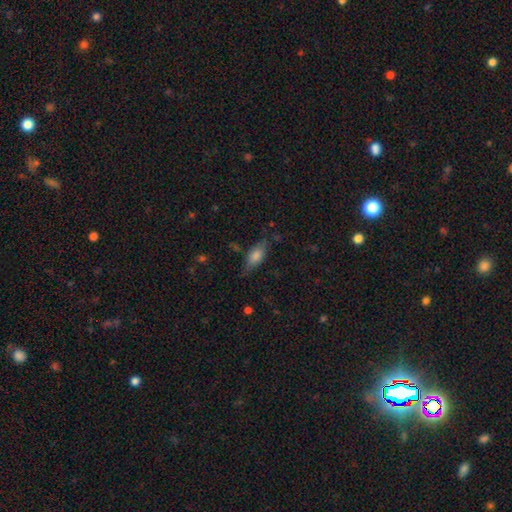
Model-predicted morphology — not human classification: This appears to be a smooth galaxy with no disk features (75%) that is in between round and cigar-shaped (79%). Merging: none (70%).